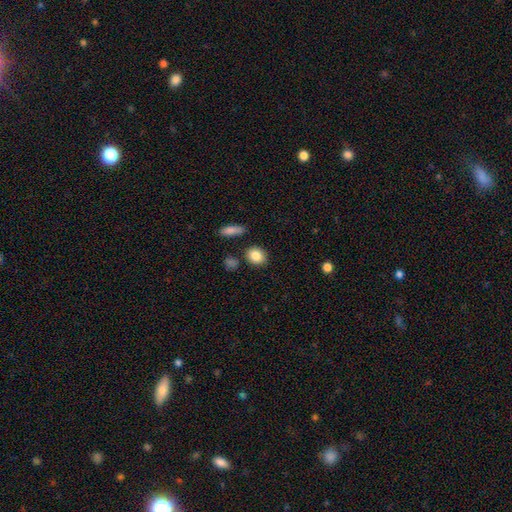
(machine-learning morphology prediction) Q: Smooth or featured?
A: smooth (85%); runner-up: star or artifact (8%)
Q: How rounded?
A: round (53%); runner-up: in between (45%)
Q: Merging?
A: none (83%); runner-up: minor disturbance (10%)